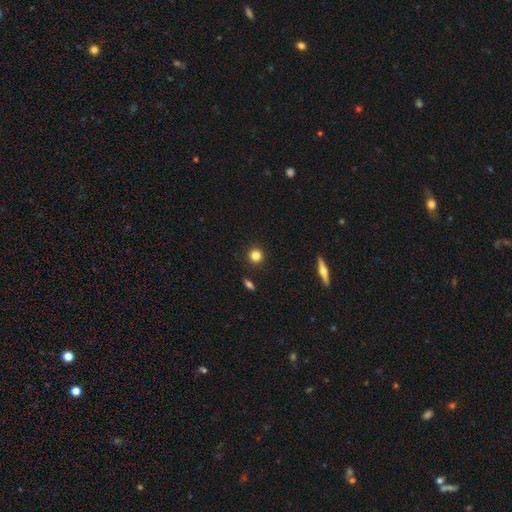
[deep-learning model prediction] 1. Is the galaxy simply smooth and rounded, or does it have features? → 82% smooth, 11% star or artifact, 6% featured or disk.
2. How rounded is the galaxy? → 93% round, 5% in between, 1% cigar-shaped.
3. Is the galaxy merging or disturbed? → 91% none, 5% minor disturbance, 2% merger, 2% major disturbance.